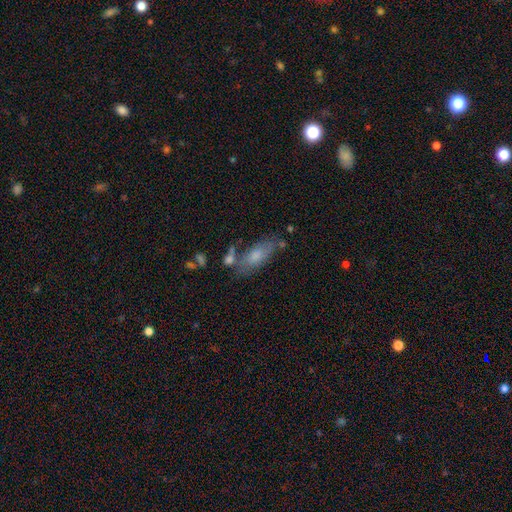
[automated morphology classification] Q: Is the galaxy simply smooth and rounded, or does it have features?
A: smooth — 65%.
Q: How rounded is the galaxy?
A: in between — 73%.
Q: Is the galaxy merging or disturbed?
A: none — 57%.